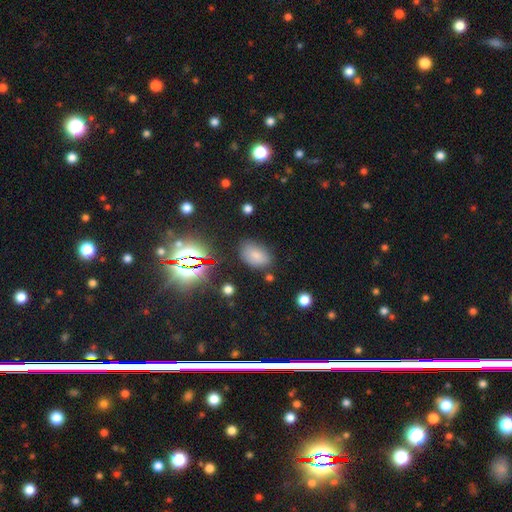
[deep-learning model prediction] The model was most divided on "merging": none: 74%, minor disturbance: 17%, major disturbance: 5%, merger: 4%. More confident: how rounded — in between (88%); smooth or featured — smooth (74%).